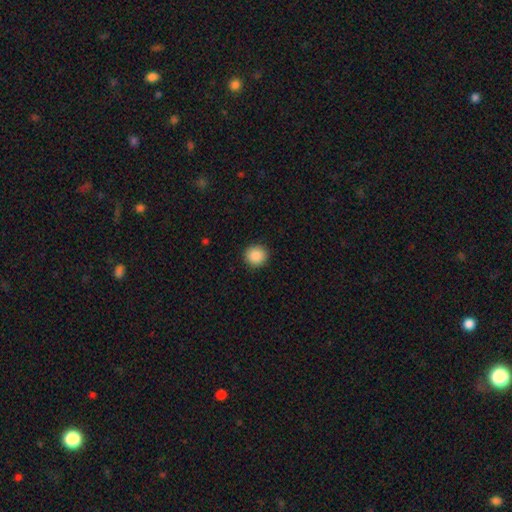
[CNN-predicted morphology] The model was most divided on "smooth or featured": smooth: 89%, star or artifact: 8%, featured or disk: 3%. More confident: how rounded — round (94%); merging — none (92%).